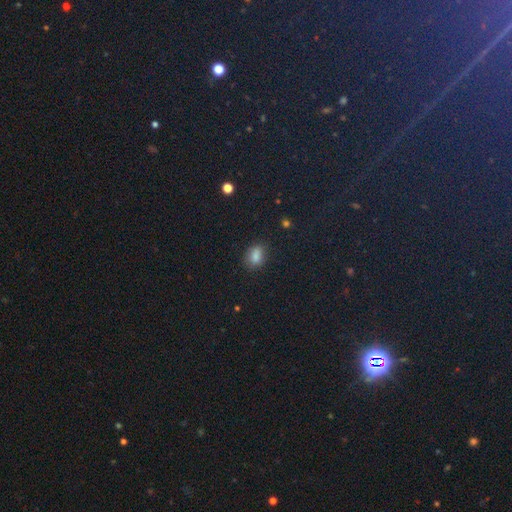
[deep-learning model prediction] smooth-or-featured: smooth: 78% | star or artifact: 16% | featured or disk: 6%
  how-rounded: in between: 72% | round: 26% | cigar-shaped: 2%
  merging: none: 76% | minor disturbance: 16% | major disturbance: 4% | merger: 4%